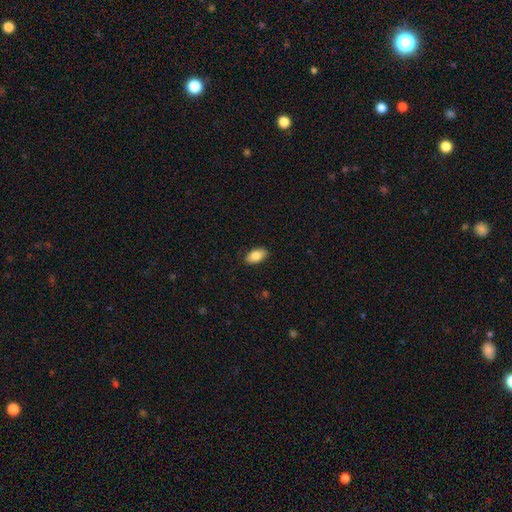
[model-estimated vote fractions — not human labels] Morphology: type=smooth (85%); roundness=in between (93%); merging=none (88%).